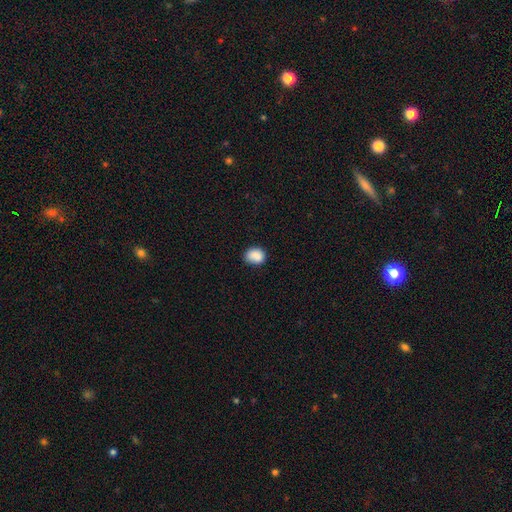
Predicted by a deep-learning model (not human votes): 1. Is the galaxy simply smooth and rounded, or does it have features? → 87% smooth, 9% star or artifact, 4% featured or disk.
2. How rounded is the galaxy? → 56% round, 43% in between, 1% cigar-shaped.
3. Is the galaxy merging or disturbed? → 76% none, 18% minor disturbance, 3% major disturbance, 3% merger.